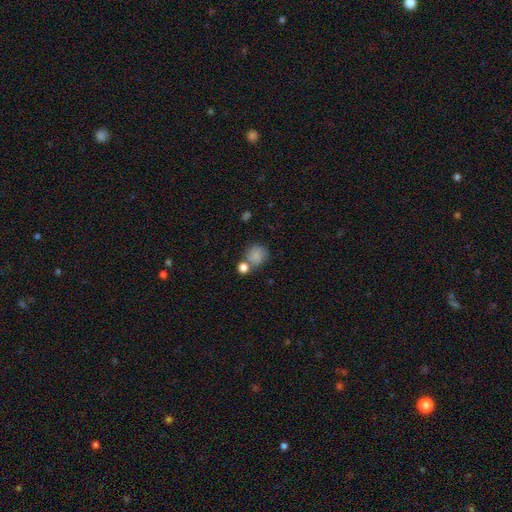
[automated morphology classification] smooth 83%, star or artifact 10%, featured or disk 7%. Down the decision tree: how rounded — round (83%); merging — none (55%).